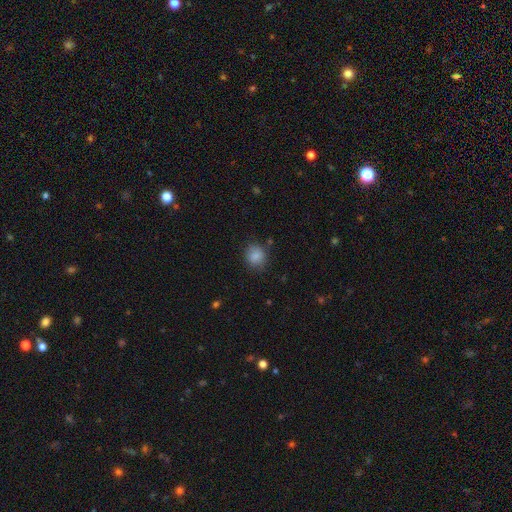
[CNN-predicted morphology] Overall: smooth (85%). How rounded: round (76%). Merging: none (79%).